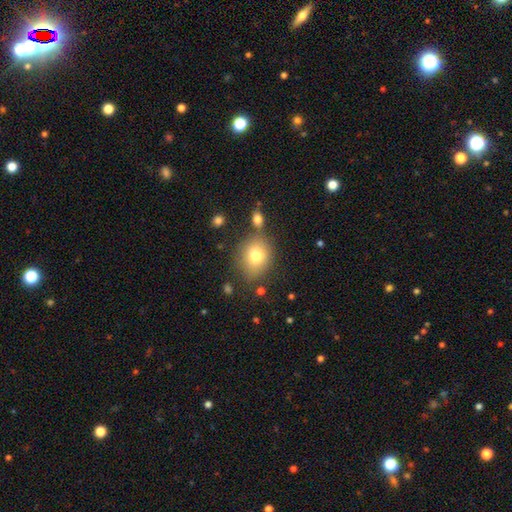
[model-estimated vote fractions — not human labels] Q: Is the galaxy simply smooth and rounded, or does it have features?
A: smooth — 76%.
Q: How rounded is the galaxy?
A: round — 51%.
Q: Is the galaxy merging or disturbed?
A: none — 66%.